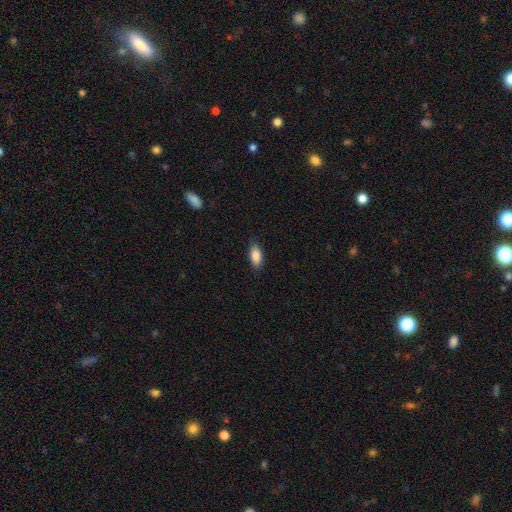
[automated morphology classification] Smooth or featured? smooth (87%)
How rounded? in between (88%)
Merging? none (85%)